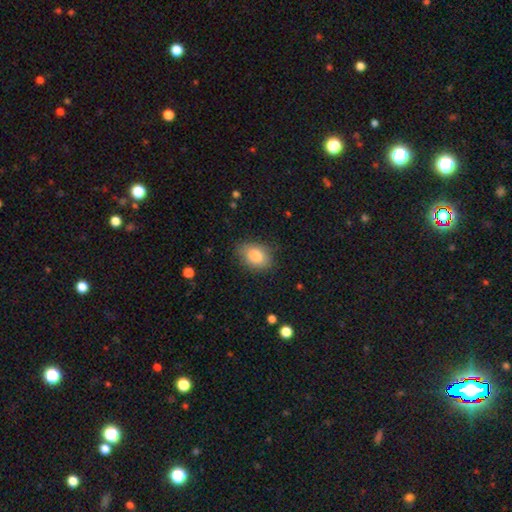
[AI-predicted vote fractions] Morphology: type=smooth (84%); roundness=in between (78%); merging=none (78%).